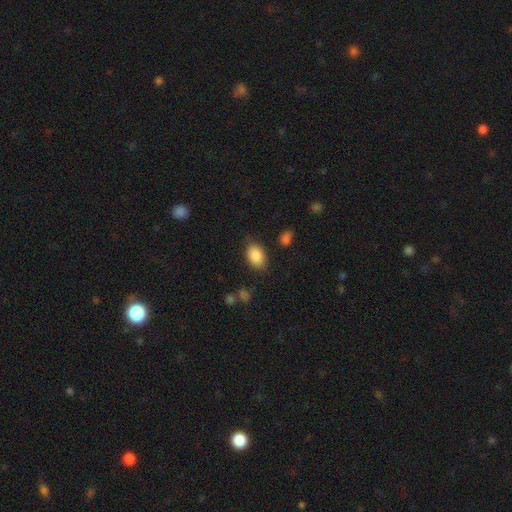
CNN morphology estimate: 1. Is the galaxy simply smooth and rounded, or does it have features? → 87% smooth, 8% star or artifact, 6% featured or disk.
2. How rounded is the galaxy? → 85% in between, 13% round, 1% cigar-shaped.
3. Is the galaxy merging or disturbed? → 80% none, 14% minor disturbance, 4% major disturbance, 2% merger.